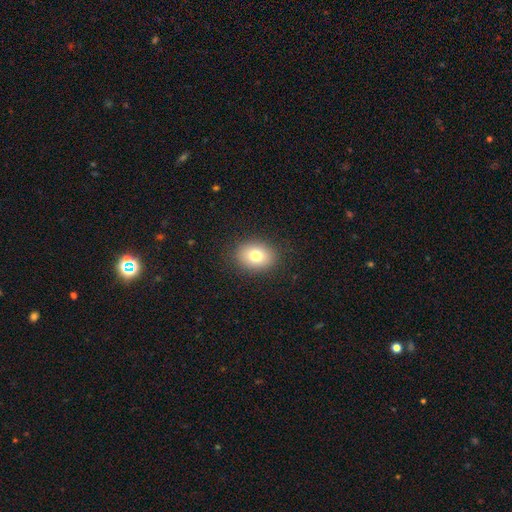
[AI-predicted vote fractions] Smooth or featured?
  - smooth: 77% *
  - featured or disk: 12%
  - star or artifact: 11%
How rounded?
  - in between: 60% *
  - round: 39%
  - cigar-shaped: 1%
Merging?
  - none: 88% *
  - minor disturbance: 8%
  - major disturbance: 3%
  - merger: 1%